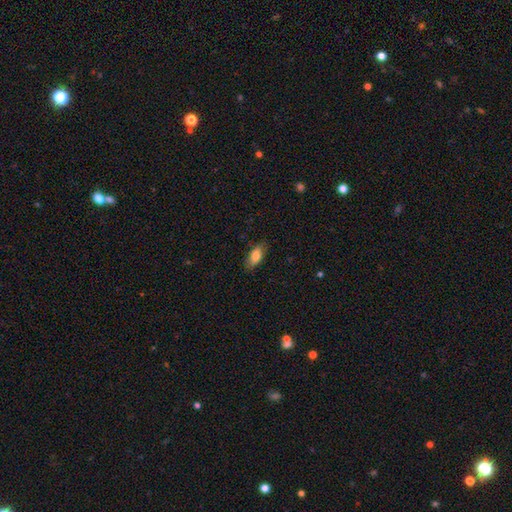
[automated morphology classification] Smooth or featured: smooth — 79% (featured or disk — 14%)
How rounded: in between — 79% (cigar-shaped — 18%)
Merging: none — 82% (minor disturbance — 14%)